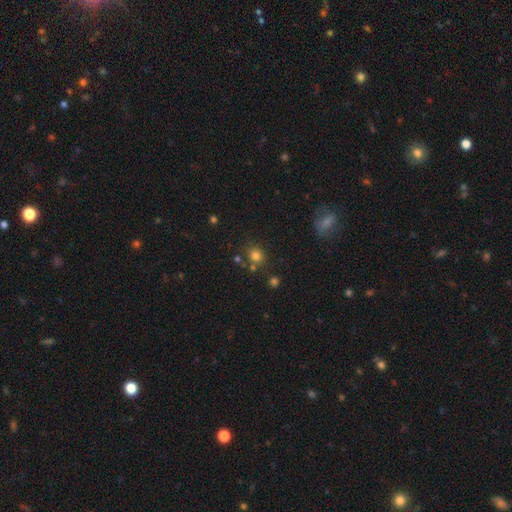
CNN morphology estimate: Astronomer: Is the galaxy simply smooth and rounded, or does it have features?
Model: smooth — 77%.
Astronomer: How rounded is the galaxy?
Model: round — 78%.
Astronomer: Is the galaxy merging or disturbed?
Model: none — 72%.